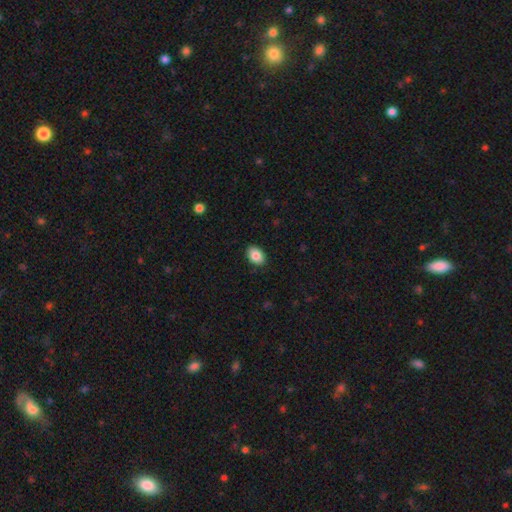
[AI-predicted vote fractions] smooth 86%, star or artifact 8%, featured or disk 7%. Down the decision tree: how rounded — in between (84%); merging — none (88%).